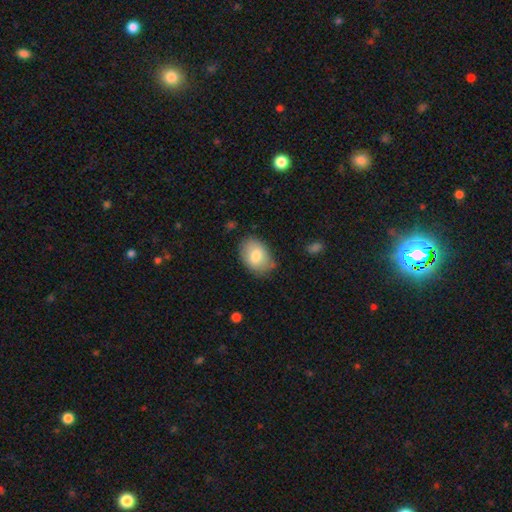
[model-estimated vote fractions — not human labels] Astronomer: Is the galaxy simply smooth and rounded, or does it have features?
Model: smooth — 77%.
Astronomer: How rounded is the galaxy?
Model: in between — 83%.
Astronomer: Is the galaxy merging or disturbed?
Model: none — 73%.